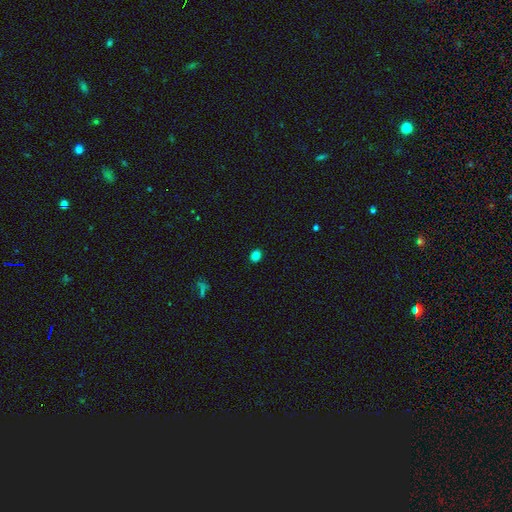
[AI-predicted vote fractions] This appears to be a smooth galaxy with no disk features (82%) that is in between round and cigar-shaped (50%). Merging: none (90%).